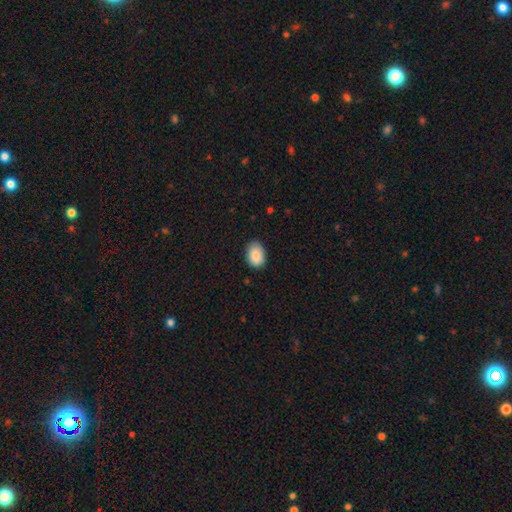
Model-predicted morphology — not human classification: Q: Smooth or featured?
A: smooth (88%); runner-up: star or artifact (7%)
Q: How rounded?
A: in between (83%); runner-up: round (16%)
Q: Merging?
A: none (85%); runner-up: minor disturbance (12%)